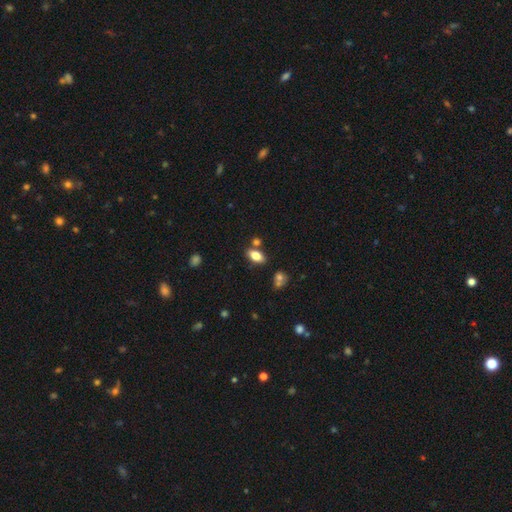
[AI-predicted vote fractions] This is clearly a smooth galaxy (80%). How rounded: clearly in between (90%). Merging: likely none (74%).